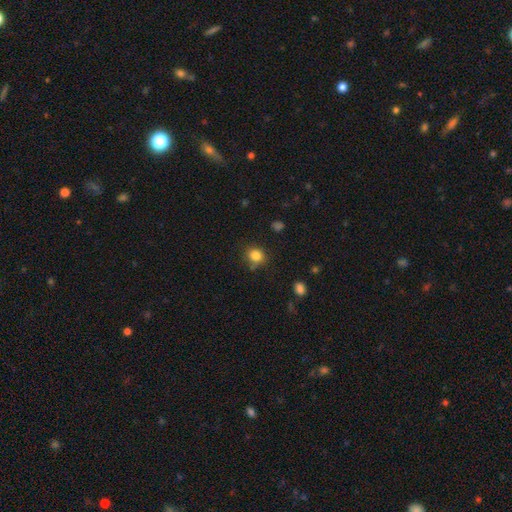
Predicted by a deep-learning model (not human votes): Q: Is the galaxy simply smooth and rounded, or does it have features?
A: smooth — 83%.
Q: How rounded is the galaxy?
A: round — 82%.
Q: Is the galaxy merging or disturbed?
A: none — 78%.